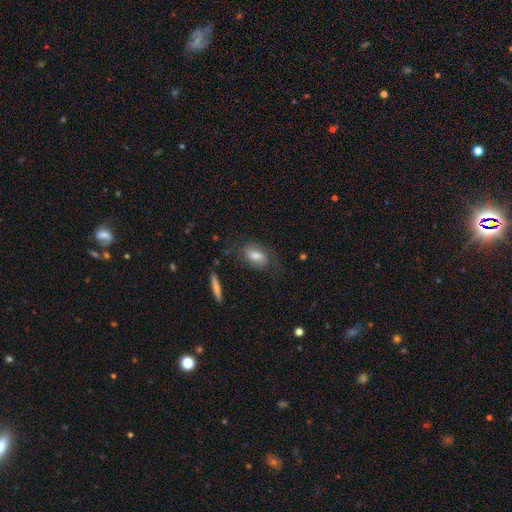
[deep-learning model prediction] The model was most divided on "smooth or featured": smooth: 69%, featured or disk: 23%, star or artifact: 8%. More confident: how rounded — in between (83%); merging — none (67%).